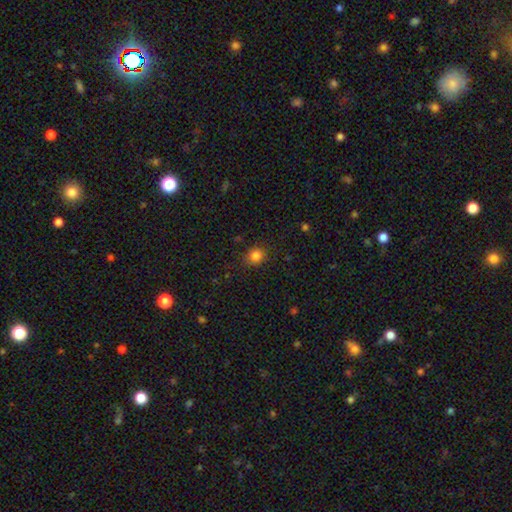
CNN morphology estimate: This appears to be a smooth galaxy with no disk features (83%) that is round (71%). Merging: none (85%).